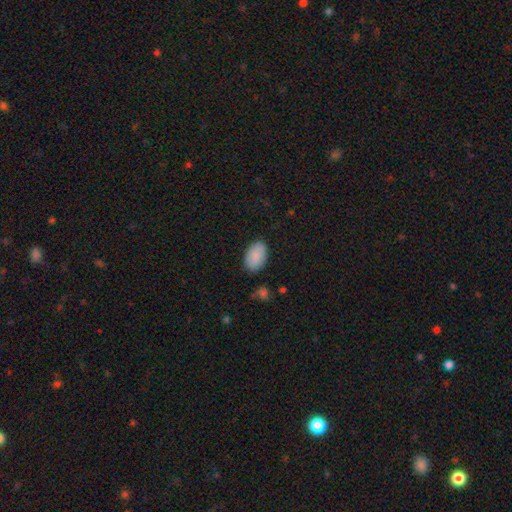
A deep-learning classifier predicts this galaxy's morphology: A smooth galaxy with no disk features (88%) that is in between round and cigar-shaped (92%). Merging: none (86%).